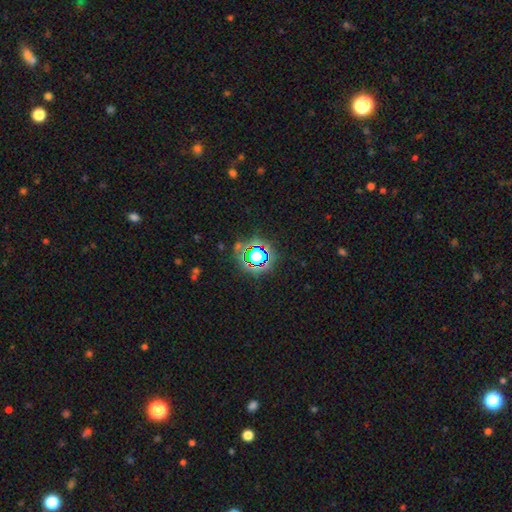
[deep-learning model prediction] Smooth or featured? star or artifact (61%)